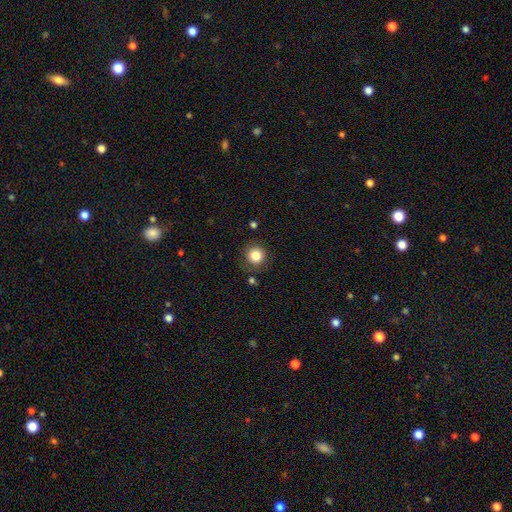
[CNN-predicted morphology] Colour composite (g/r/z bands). It shows a smooth galaxy with no disk features (83%) that is round (93%). Merging: none (85%).